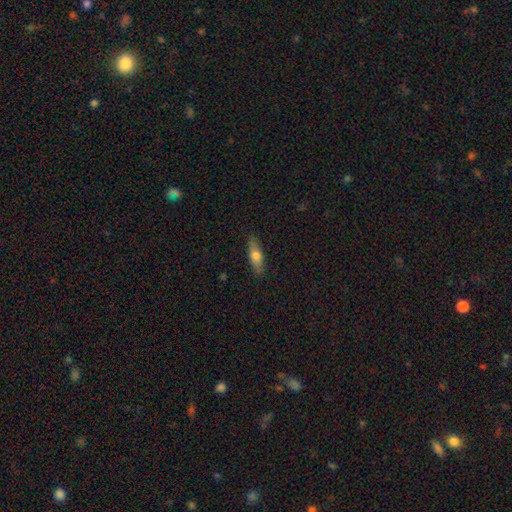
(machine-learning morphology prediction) The model was most divided on "how rounded": in between: 54%, cigar-shaped: 43%, round: 3%. More confident: merging — none (85%); smooth or featured — smooth (70%).